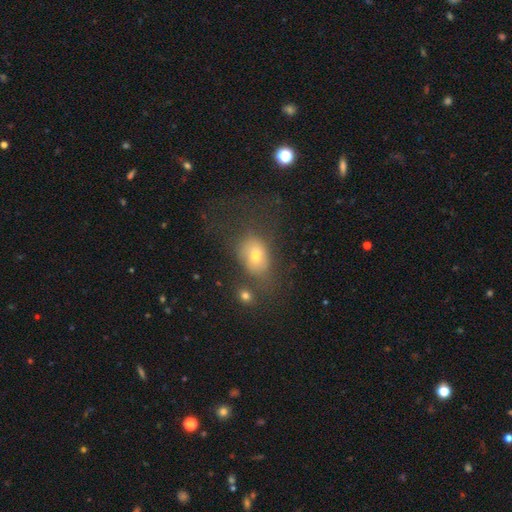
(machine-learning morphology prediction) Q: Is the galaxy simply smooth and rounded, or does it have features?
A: smooth — 67%.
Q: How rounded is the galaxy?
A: in between — 68%.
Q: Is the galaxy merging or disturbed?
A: none — 45%.